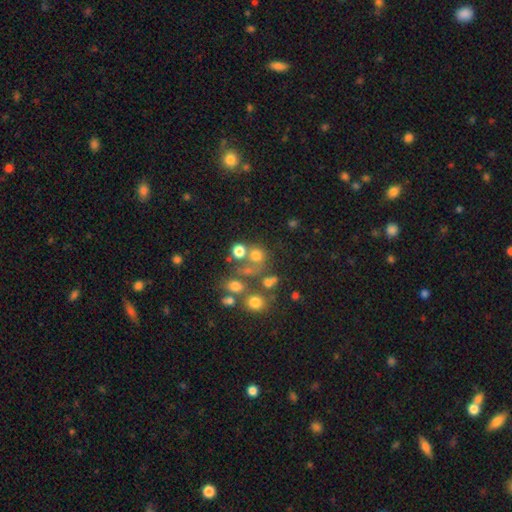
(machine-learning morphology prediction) A smooth galaxy with no disk features (67%) that is round (83%). Merging: none (52%).